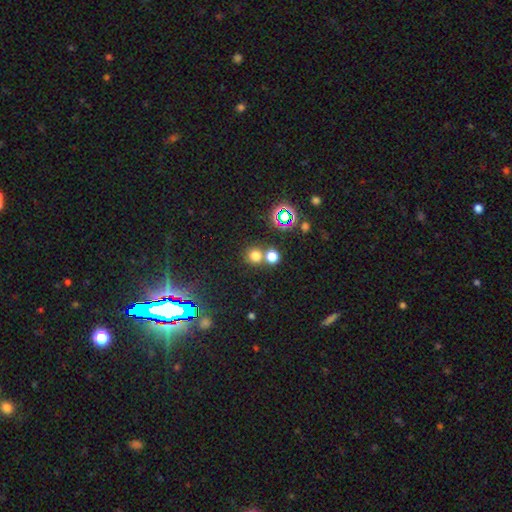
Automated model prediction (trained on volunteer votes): Smooth or featured?
  - smooth: 68% *
  - star or artifact: 25%
  - featured or disk: 7%
How rounded?
  - round: 89% *
  - in between: 10%
  - cigar-shaped: 1%
Merging?
  - none: 64% *
  - merger: 27%
  - minor disturbance: 7%
  - major disturbance: 3%